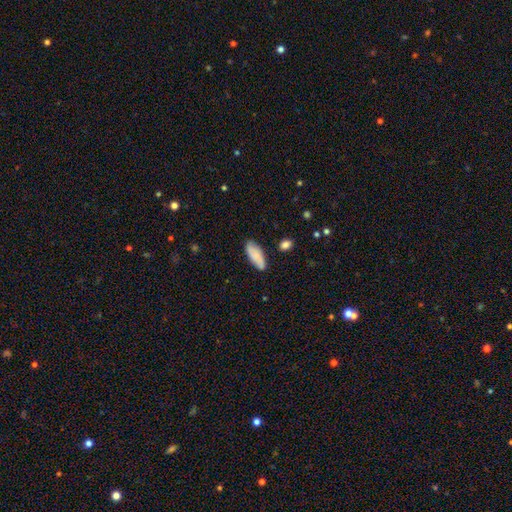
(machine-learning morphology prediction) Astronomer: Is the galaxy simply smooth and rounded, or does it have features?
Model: smooth — 81%.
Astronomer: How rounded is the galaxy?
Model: in between — 76%.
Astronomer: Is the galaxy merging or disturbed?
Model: none — 80%.